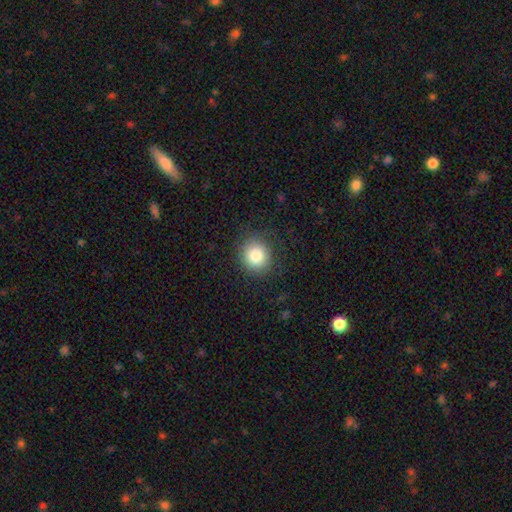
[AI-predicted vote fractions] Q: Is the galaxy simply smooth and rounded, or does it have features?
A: smooth — 82%.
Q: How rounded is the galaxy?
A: round — 89%.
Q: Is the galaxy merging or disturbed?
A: none — 87%.